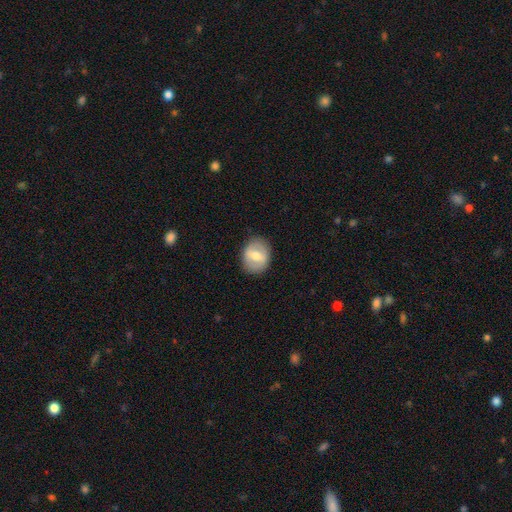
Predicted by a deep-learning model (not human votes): Morphology: type=smooth (51%); roundness=round (55%); merging=none (85%).